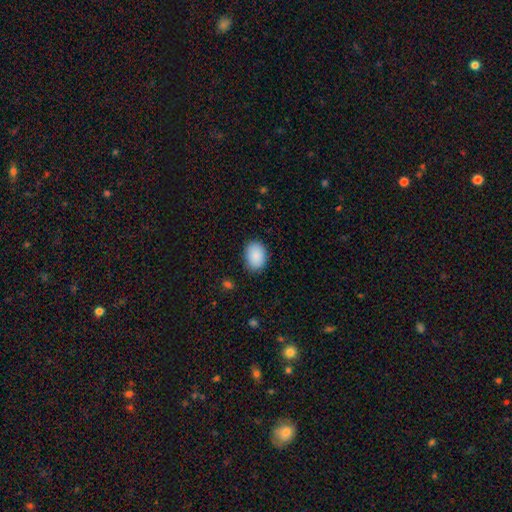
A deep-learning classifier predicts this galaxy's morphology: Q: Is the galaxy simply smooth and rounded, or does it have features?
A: smooth — 88%.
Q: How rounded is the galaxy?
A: in between — 71%.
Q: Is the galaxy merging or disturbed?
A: none — 85%.